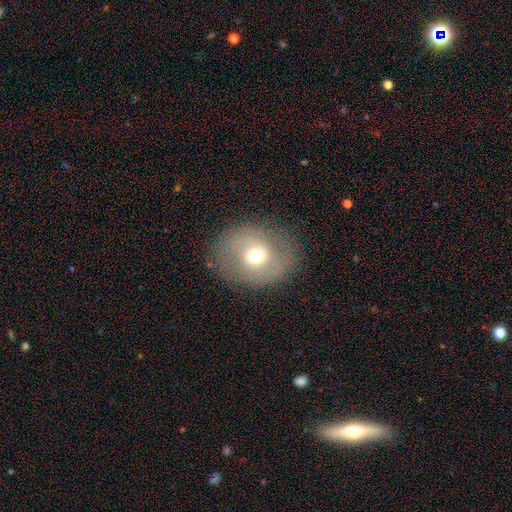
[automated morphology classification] Smooth or featured?
  - featured or disk: 45% *
  - smooth: 43%
  - star or artifact: 11%
Merging?
  - none: 83% *
  - minor disturbance: 12%
  - major disturbance: 4%
  - merger: 1%